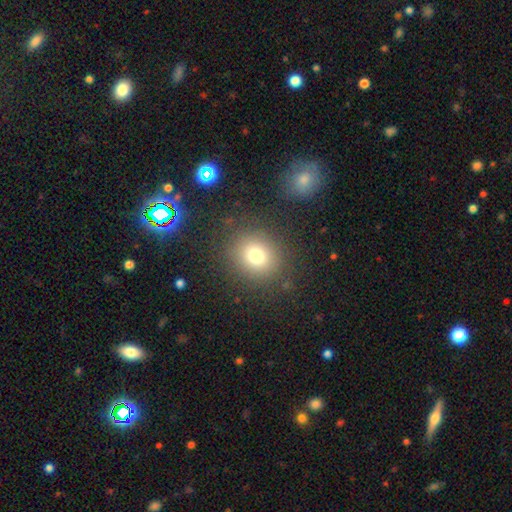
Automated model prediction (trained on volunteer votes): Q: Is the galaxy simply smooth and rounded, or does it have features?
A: smooth — 74%.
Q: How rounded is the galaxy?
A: round — 82%.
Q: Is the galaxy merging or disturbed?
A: none — 85%.